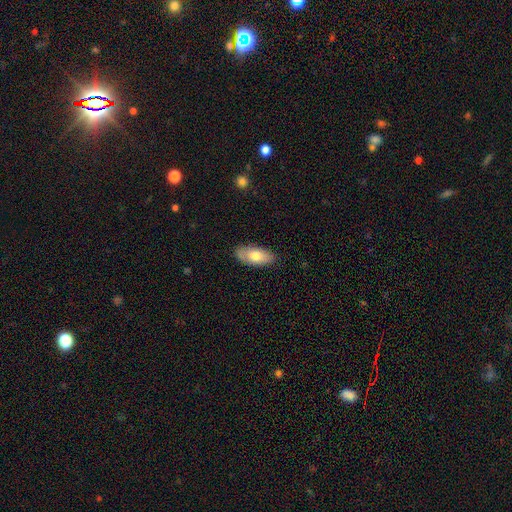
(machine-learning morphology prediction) Smooth or featured?
  - smooth: 71% *
  - featured or disk: 23%
  - star or artifact: 6%
How rounded?
  - in between: 90% *
  - cigar-shaped: 7%
  - round: 3%
Merging?
  - none: 80% *
  - minor disturbance: 16%
  - major disturbance: 3%
  - merger: 1%